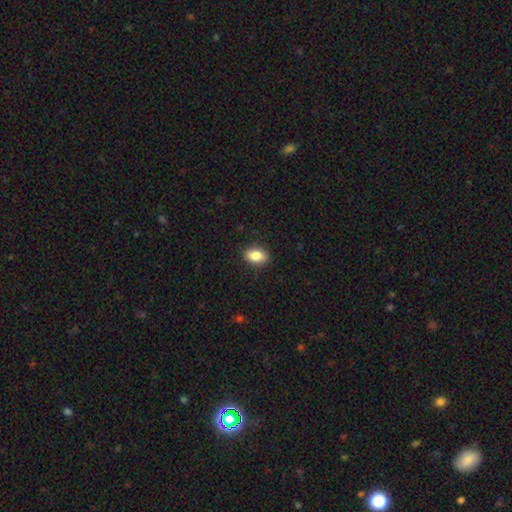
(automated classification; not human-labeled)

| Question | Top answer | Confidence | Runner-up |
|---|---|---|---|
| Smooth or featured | smooth | 85% | star or artifact (8%) |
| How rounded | in between | 87% | round (11%) |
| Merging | none | 89% | minor disturbance (8%) |